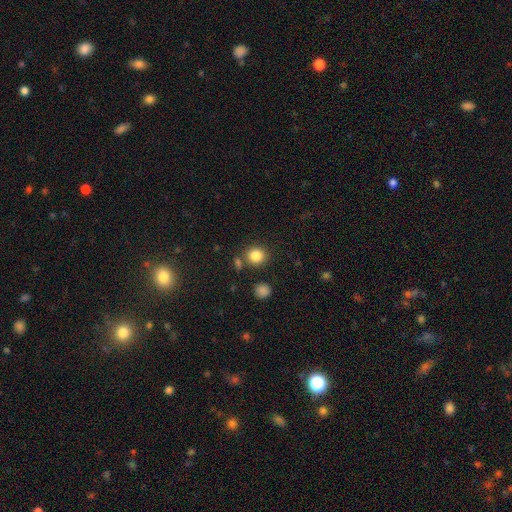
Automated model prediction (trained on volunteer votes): Smooth or featured? Predicted: smooth (p=0.84). How rounded? Predicted: round (p=0.88). Merging? Predicted: none (p=0.80).